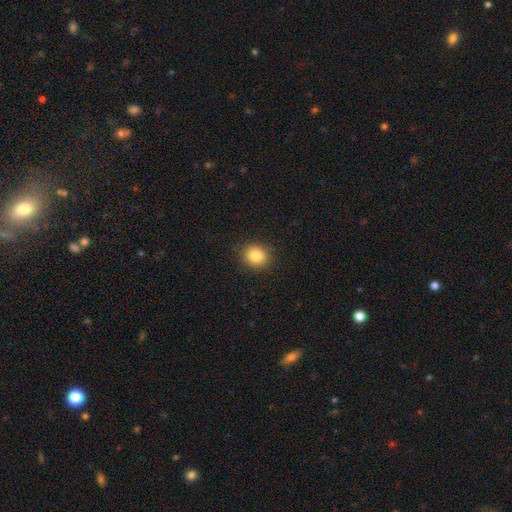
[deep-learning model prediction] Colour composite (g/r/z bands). It shows a smooth galaxy with no disk features (85%) that is round (81%). Merging: none (89%).